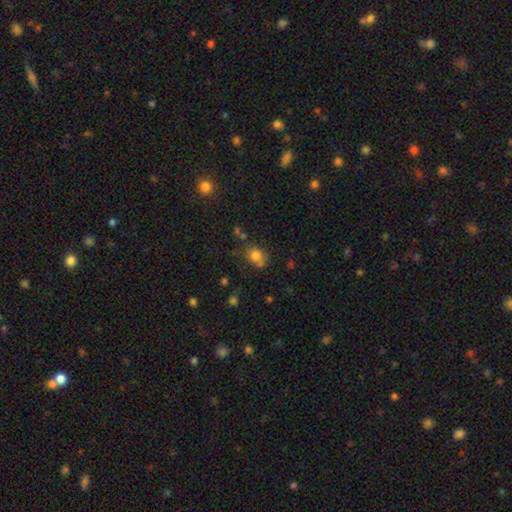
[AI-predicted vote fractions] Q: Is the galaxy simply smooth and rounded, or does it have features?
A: smooth — 76%.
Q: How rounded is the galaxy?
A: round — 65%.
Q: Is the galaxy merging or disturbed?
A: none — 58%.